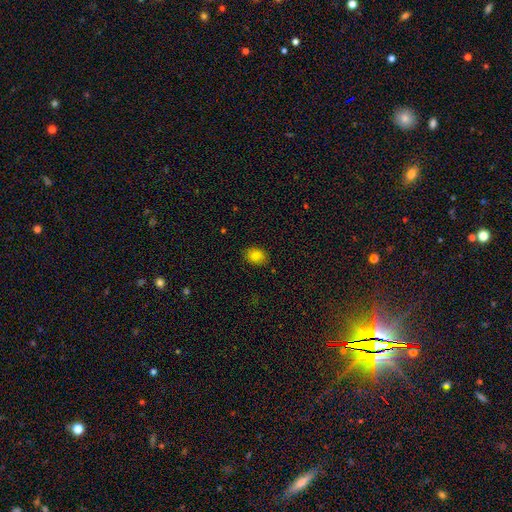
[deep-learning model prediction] This is clearly a smooth galaxy (81%). How rounded: possibly in between (60%). Merging: clearly none (87%).